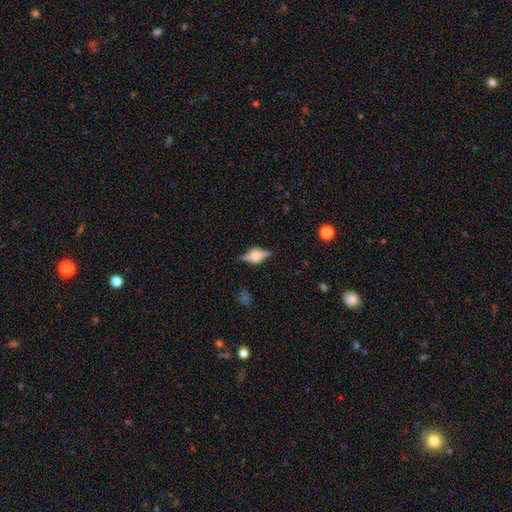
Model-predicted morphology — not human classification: Overall: featured or disk (65%; smooth 26%). Edge-on disk: yes (94%). Edge-on bulge: rounded (87%). Merging: none (78%).